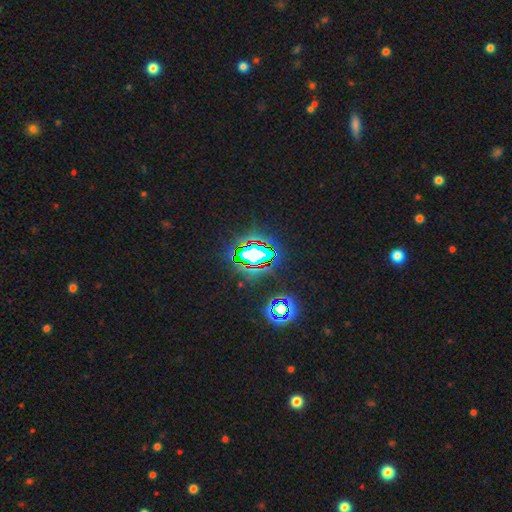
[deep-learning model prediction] Overall: star or artifact (82%).